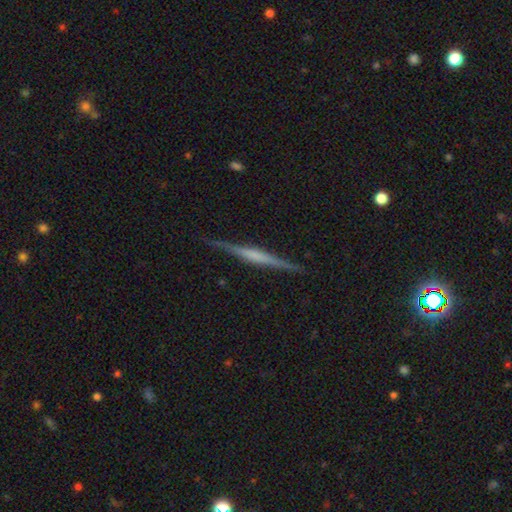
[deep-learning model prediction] Smooth or featured?
  - featured or disk: 74% *
  - smooth: 20%
  - star or artifact: 6%
Edge-on disk?
  - yes: 98% *
  - no: 2%
Edge-on bulge?
  - rounded: 38% *
  - none: 34%
  - boxy: 27%
Merging?
  - none: 90% *
  - minor disturbance: 8%
  - major disturbance: 2%
  - merger: 1%